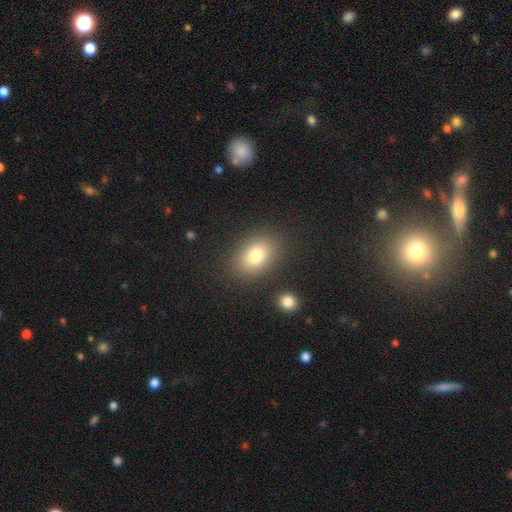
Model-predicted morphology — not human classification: smooth 78%, star or artifact 11%, featured or disk 11%. Down the decision tree: how rounded — in between (73%); merging — none (84%).